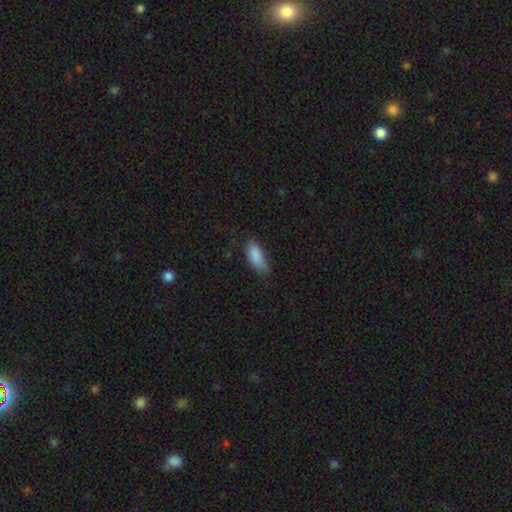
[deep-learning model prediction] Smooth or featured? Predicted: smooth (p=0.86). How rounded? Predicted: in between (p=0.79). Merging? Predicted: none (p=0.56).